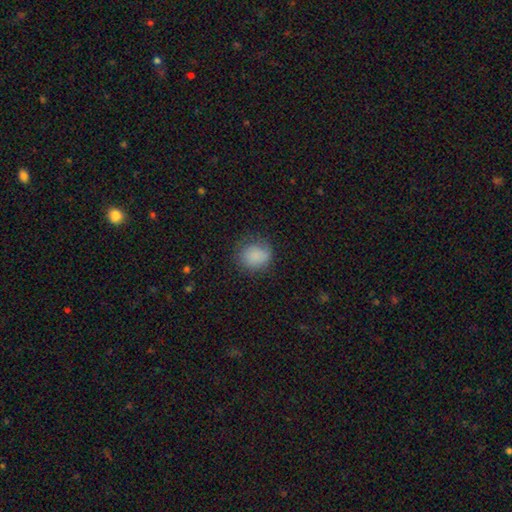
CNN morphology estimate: smooth-or-featured: smooth: 85% | star or artifact: 9% | featured or disk: 7%
  how-rounded: round: 73% | in between: 26% | cigar-shaped: 1%
  merging: none: 71% | minor disturbance: 20% | major disturbance: 8% | merger: 1%